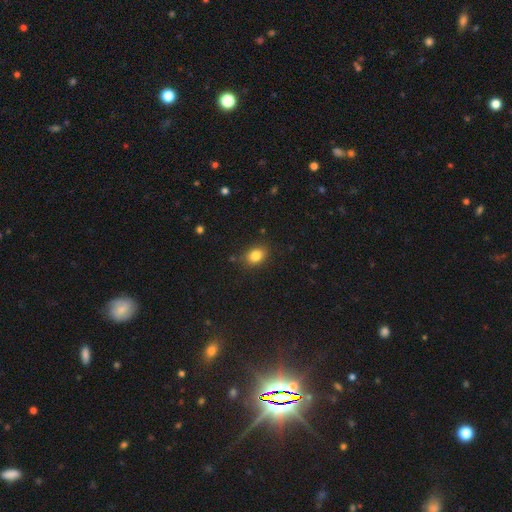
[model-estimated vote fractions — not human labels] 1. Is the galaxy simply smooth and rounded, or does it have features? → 83% smooth, 11% star or artifact, 6% featured or disk.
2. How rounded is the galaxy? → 63% in between, 36% round, 1% cigar-shaped.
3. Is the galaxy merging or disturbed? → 83% none, 13% minor disturbance, 3% major disturbance, 2% merger.